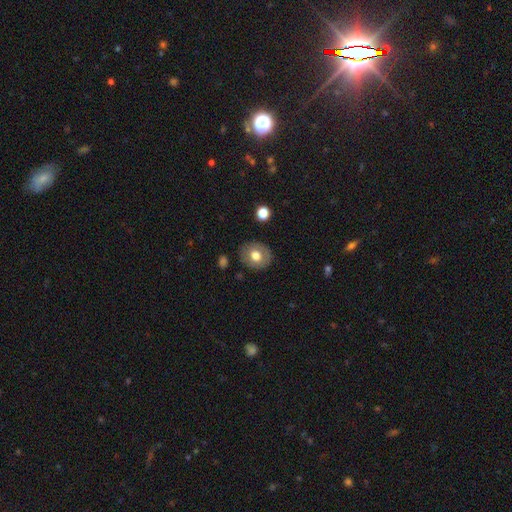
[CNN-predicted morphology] The model was most divided on "how rounded": round: 68%, in between: 32%, cigar-shaped: 1%. More confident: merging — none (85%); smooth or featured — smooth (67%).